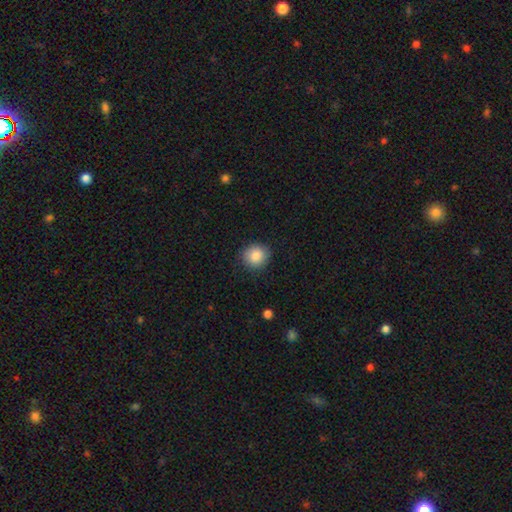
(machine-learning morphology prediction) Q: Smooth or featured?
A: smooth (85%); runner-up: star or artifact (8%)
Q: How rounded?
A: round (83%); runner-up: in between (16%)
Q: Merging?
A: none (86%); runner-up: minor disturbance (10%)